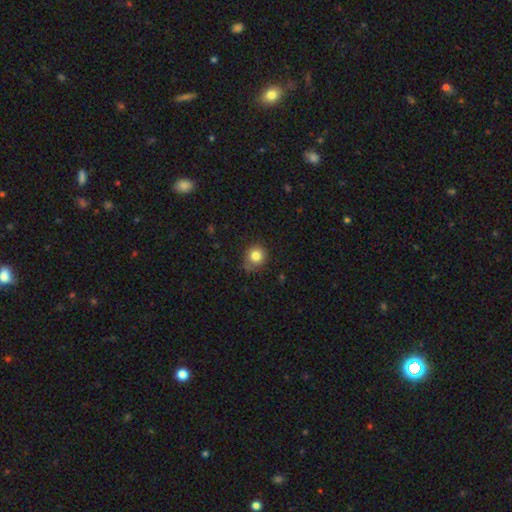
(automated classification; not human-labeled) Smooth or featured: smooth — 82% (star or artifact — 11%)
How rounded: round — 83% (in between — 16%)
Merging: none — 75% (minor disturbance — 19%)